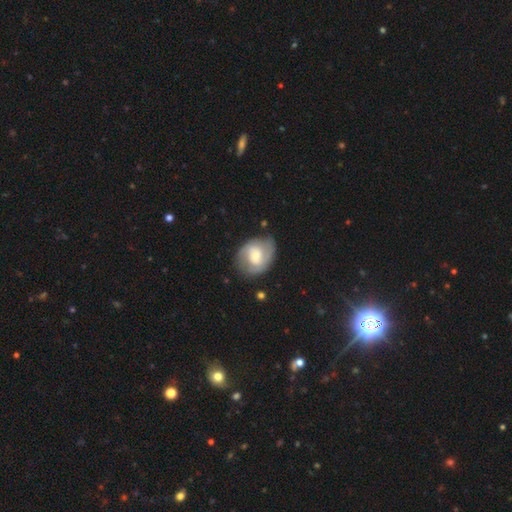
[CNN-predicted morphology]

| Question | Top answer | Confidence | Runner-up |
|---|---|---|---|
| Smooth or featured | featured or disk | 63% | smooth (32%) |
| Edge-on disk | no | 97% | yes (3%) |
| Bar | no | 50% | weak (40%) |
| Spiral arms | yes | 83% | no (17%) |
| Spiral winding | medium | 43% | tight (38%) |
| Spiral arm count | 2 | 71% | can't tell (18%) |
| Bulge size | moderate | 47% | small (40%) |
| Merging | none | 67% | minor disturbance (22%) |